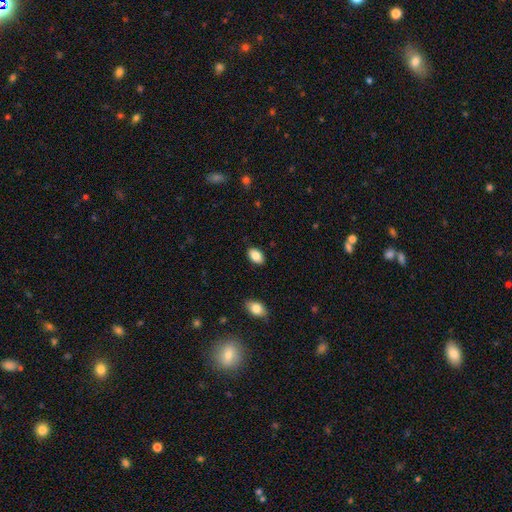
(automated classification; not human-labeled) Smooth or featured: smooth — 86% (star or artifact — 7%)
How rounded: in between — 91% (round — 7%)
Merging: none — 88% (minor disturbance — 8%)